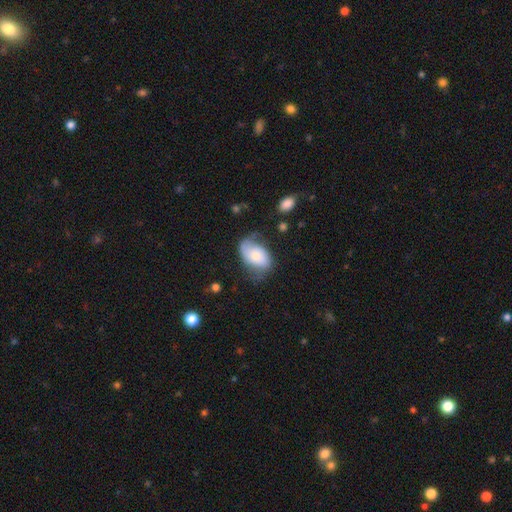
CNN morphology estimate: This is possibly a smooth galaxy (58%). How rounded: clearly in between (90%). Merging: possibly none (47%).